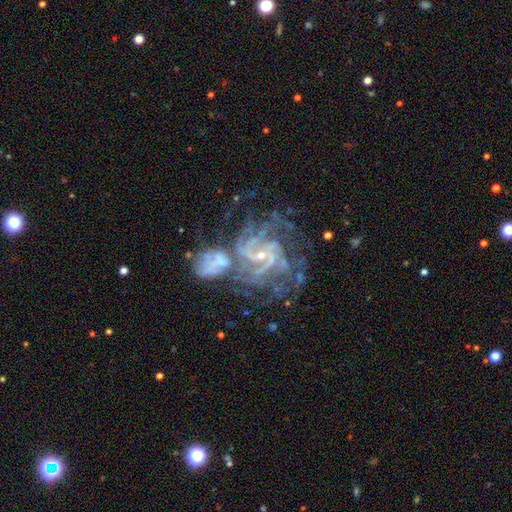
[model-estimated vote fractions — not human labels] Q: Smooth or featured?
A: featured or disk (76%); runner-up: star or artifact (15%)
Q: Edge-on disk?
A: no (97%); runner-up: yes (3%)
Q: Bar?
A: no (46%); runner-up: weak (39%)
Q: Spiral arms?
A: yes (89%); runner-up: no (11%)
Q: Spiral winding?
A: tight (51%); runner-up: medium (36%)
Q: Spiral arm count?
A: can't tell (38%); runner-up: 2 (16%)
Q: Bulge size?
A: small (71%); runner-up: moderate (17%)
Q: Merging?
A: merger (46%); runner-up: none (29%)